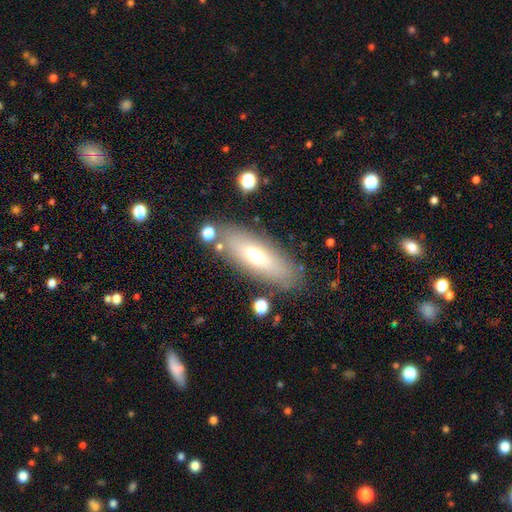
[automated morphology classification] Smooth or featured?
  - smooth: 63% *
  - featured or disk: 29%
  - star or artifact: 8%
How rounded?
  - in between: 57% *
  - cigar-shaped: 40%
  - round: 3%
Merging?
  - none: 81% *
  - minor disturbance: 11%
  - merger: 4%
  - major disturbance: 4%